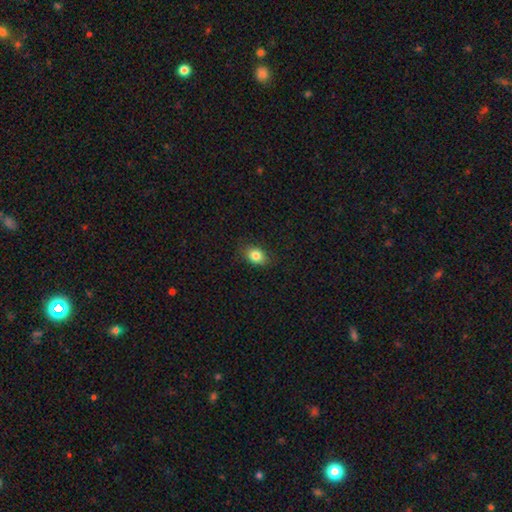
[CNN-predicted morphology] Smooth or featured? Predicted: smooth (p=0.84). How rounded? Predicted: in between (p=0.69). Merging? Predicted: none (p=0.84).